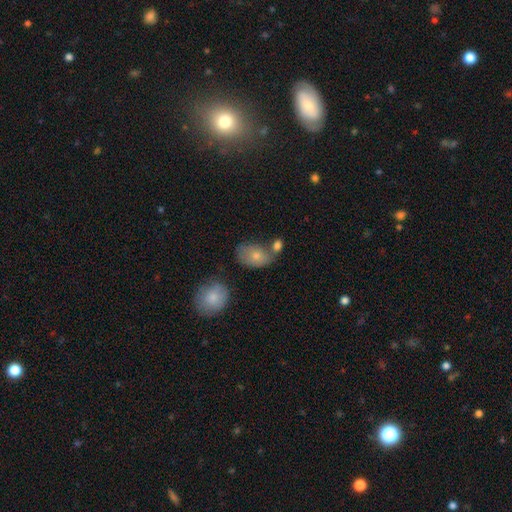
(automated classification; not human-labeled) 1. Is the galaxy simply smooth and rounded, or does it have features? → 76% smooth, 16% featured or disk, 8% star or artifact.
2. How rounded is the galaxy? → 83% in between, 16% round, 1% cigar-shaped.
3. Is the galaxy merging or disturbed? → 41% none, 29% merger, 21% minor disturbance, 9% major disturbance.